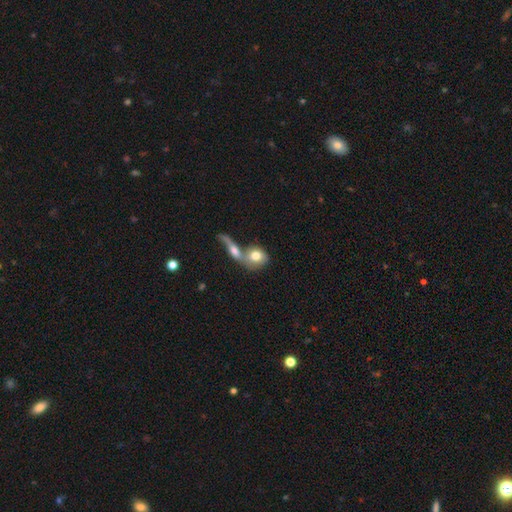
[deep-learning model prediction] smooth_or_featured: smooth (p=0.71) [alt: featured or disk p=0.22]
how_rounded: round (p=0.55) [alt: in between p=0.40]
merging: merger (p=0.67) [alt: none p=0.20]